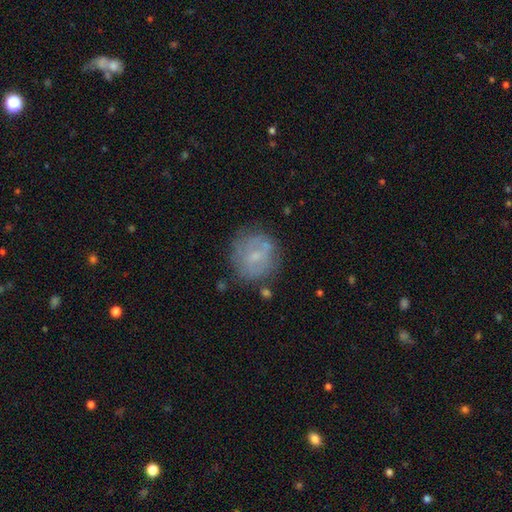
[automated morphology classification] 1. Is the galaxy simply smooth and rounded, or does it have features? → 46% featured or disk, 45% smooth, 9% star or artifact.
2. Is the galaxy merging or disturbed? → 67% none, 20% minor disturbance, 9% major disturbance, 5% merger.